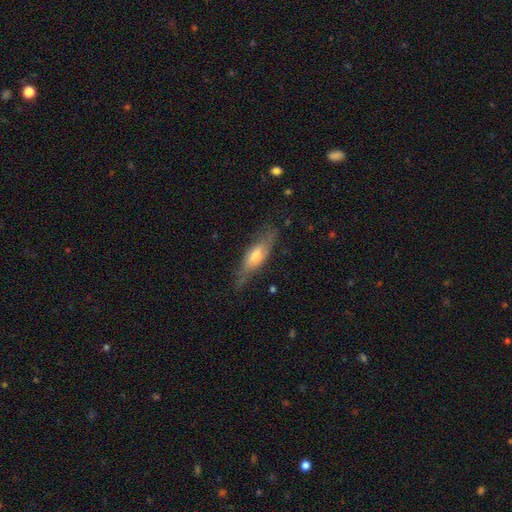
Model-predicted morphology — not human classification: Smooth or featured?
  - smooth: 48% *
  - featured or disk: 45%
  - star or artifact: 7%
Merging?
  - none: 68% *
  - minor disturbance: 23%
  - major disturbance: 8%
  - merger: 2%